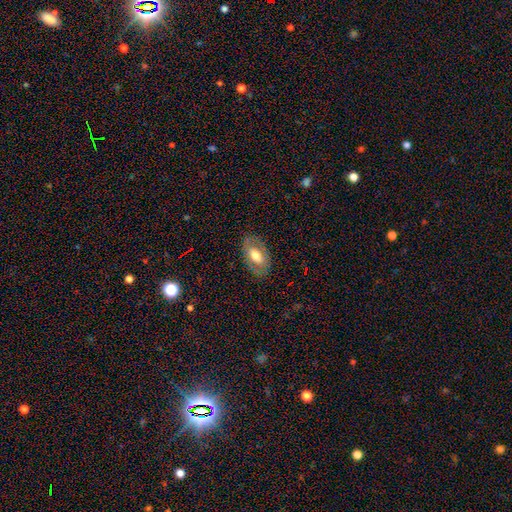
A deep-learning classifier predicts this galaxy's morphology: A smooth galaxy with no disk features (57%) that is in between round and cigar-shaped (92%). Merging: none (82%).